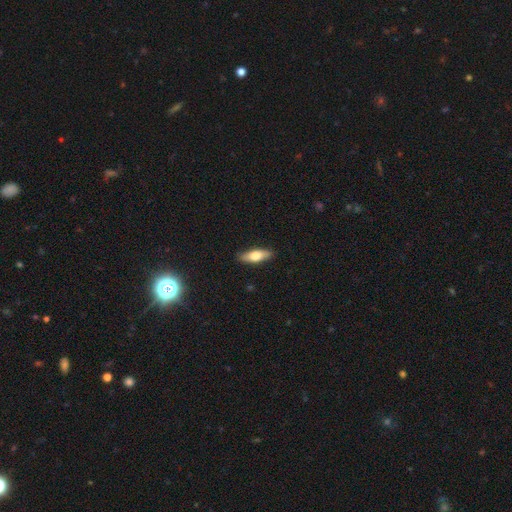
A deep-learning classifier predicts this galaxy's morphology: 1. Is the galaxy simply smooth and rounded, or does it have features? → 65% smooth, 29% featured or disk, 6% star or artifact.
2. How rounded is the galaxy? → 54% in between, 43% cigar-shaped, 2% round.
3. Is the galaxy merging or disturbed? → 88% none, 9% minor disturbance, 2% major disturbance, 1% merger.